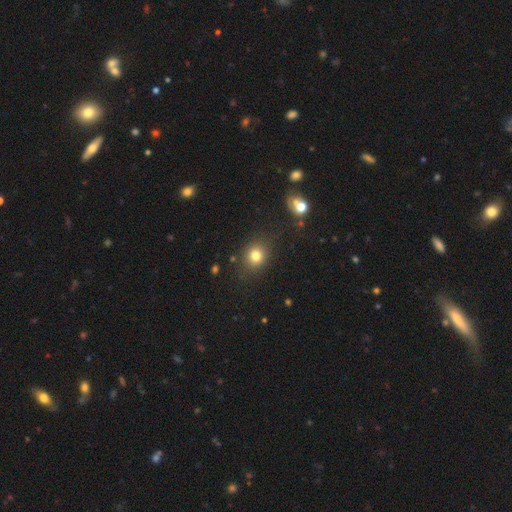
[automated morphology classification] The model was most divided on "how rounded": round: 69%, in between: 30%, cigar-shaped: 1%. More confident: merging — none (80%); smooth or featured — smooth (79%).